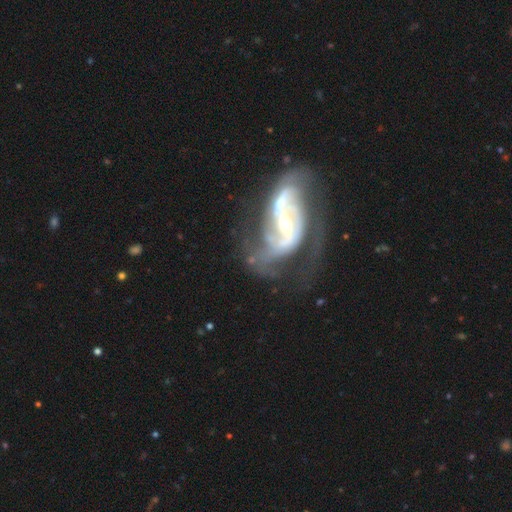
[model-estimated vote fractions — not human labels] Smooth or featured? Predicted: featured or disk (p=0.88). Edge-on disk? Predicted: no (p=0.96). Bar? Predicted: weak (p=0.40). Spiral arms? Predicted: yes (p=0.92). Spiral winding? Predicted: medium (p=0.46). Spiral arm count? Predicted: 2 (p=0.61). Bulge size? Predicted: moderate (p=0.49). Merging? Predicted: none (p=0.39).